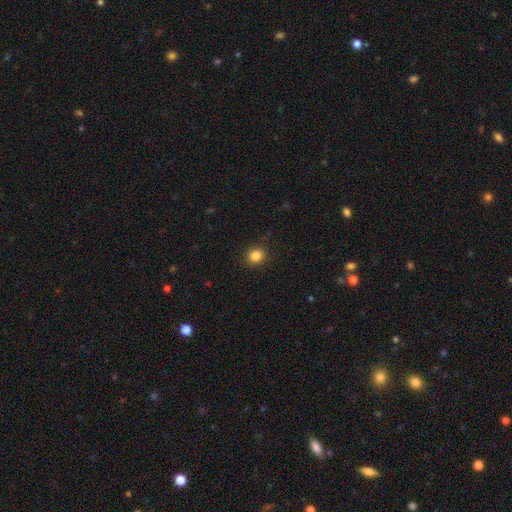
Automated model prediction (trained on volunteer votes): smooth_or_featured: smooth (p=0.85) [alt: star or artifact p=0.11]
how_rounded: round (p=0.82) [alt: in between p=0.17]
merging: none (p=0.90) [alt: minor disturbance p=0.06]